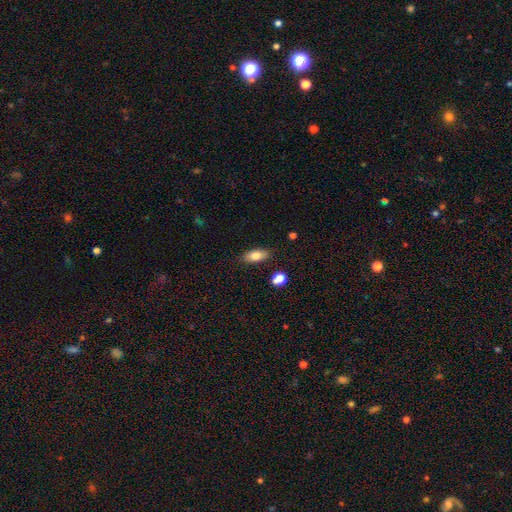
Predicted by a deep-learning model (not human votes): This appears to be a smooth galaxy with no disk features (78%) that is in between round and cigar-shaped (83%). Merging: none (85%).